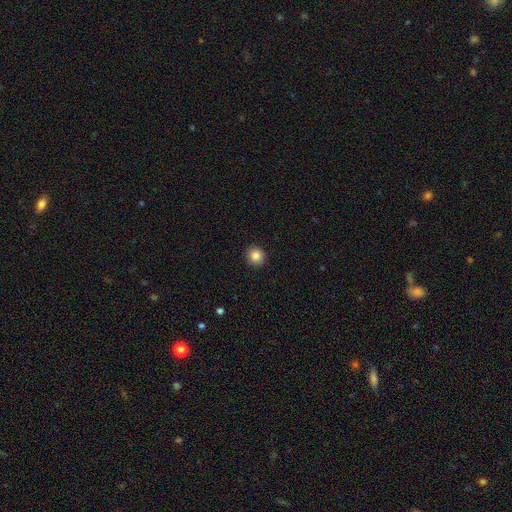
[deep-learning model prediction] Smooth or featured? Predicted: smooth (p=0.85). How rounded? Predicted: round (p=0.90). Merging? Predicted: none (p=0.92).